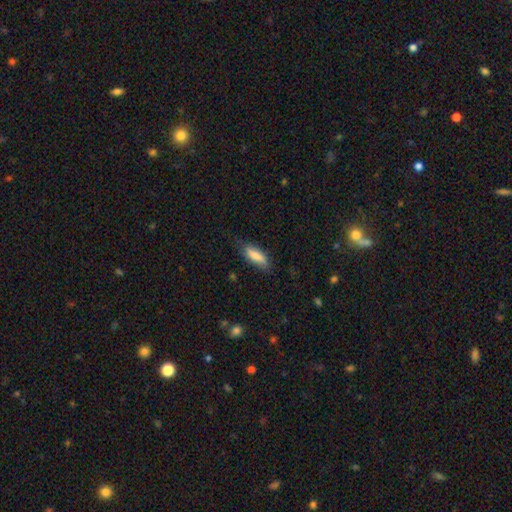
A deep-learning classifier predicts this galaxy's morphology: Smooth or featured: smooth — 79% (featured or disk — 14%)
How rounded: in between — 58% (cigar-shaped — 40%)
Merging: none — 71% (minor disturbance — 23%)